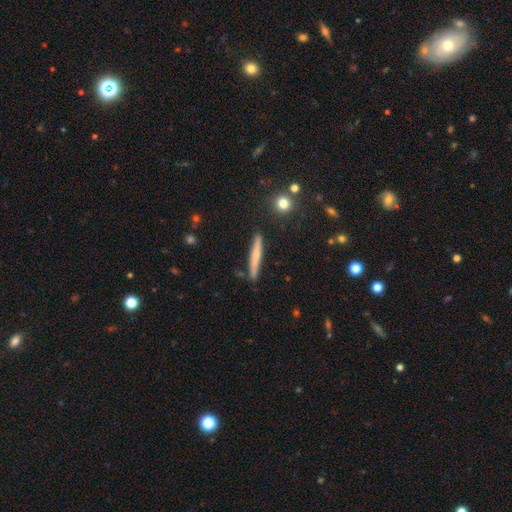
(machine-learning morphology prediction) Smooth or featured? smooth (61%)
How rounded? cigar-shaped (95%)
Merging? none (87%)